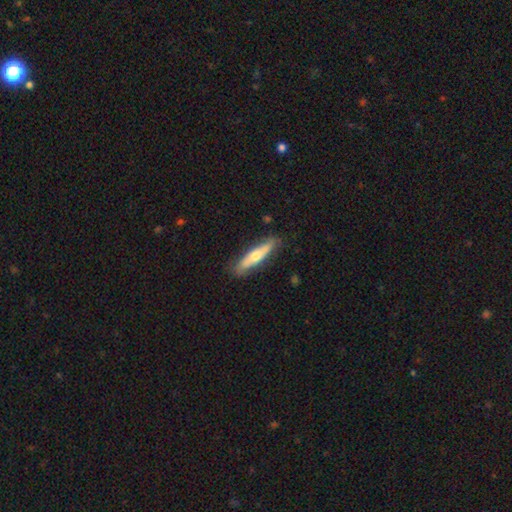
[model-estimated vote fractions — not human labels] This appears to be a smooth galaxy with no disk features (50%) that is cigar-shaped (78%). Merging: none (83%).